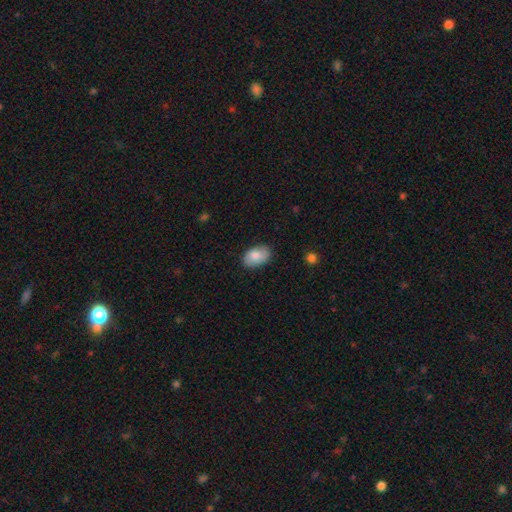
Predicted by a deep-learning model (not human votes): Morphology: type=smooth (80%); roundness=in between (92%); merging=none (80%).